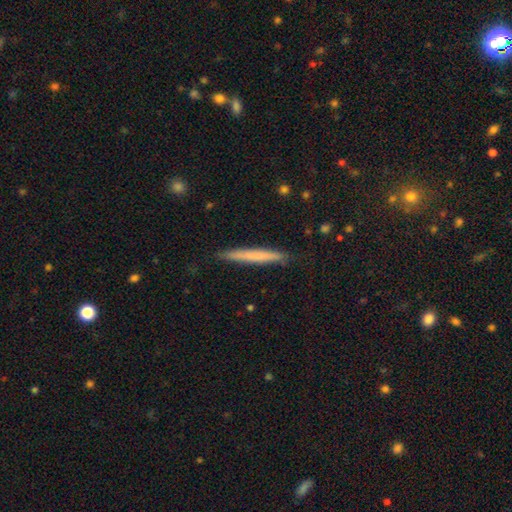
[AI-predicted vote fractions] Q: Smooth or featured?
A: smooth (65%); runner-up: featured or disk (29%)
Q: How rounded?
A: cigar-shaped (97%); runner-up: in between (2%)
Q: Merging?
A: none (89%); runner-up: minor disturbance (9%)